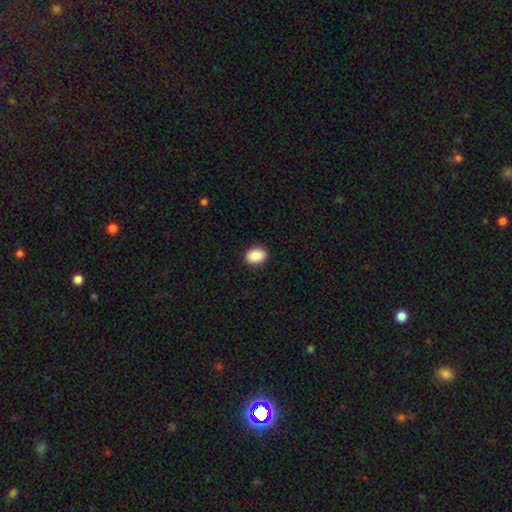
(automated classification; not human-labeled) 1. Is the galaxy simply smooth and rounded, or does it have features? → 90% smooth, 7% star or artifact, 2% featured or disk.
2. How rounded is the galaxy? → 77% in between, 22% round, 1% cigar-shaped.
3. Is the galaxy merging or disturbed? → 90% none, 7% minor disturbance, 2% major disturbance, 1% merger.